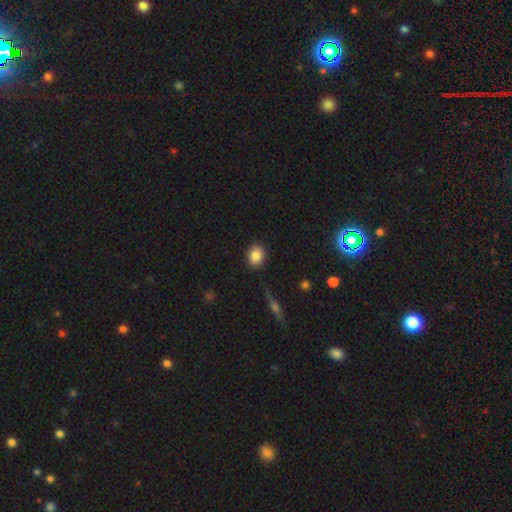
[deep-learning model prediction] Smooth or featured: smooth — 85% (star or artifact — 9%)
How rounded: round — 55% (in between — 44%)
Merging: none — 88% (minor disturbance — 8%)